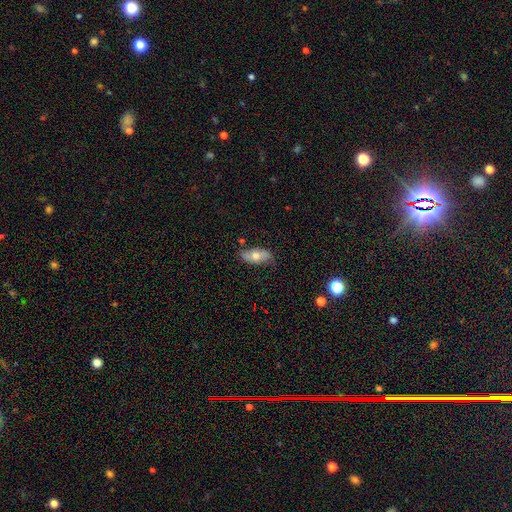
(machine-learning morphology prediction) This appears to be a smooth galaxy with no disk features (63%) that is in between round and cigar-shaped (85%). Merging: none (79%).